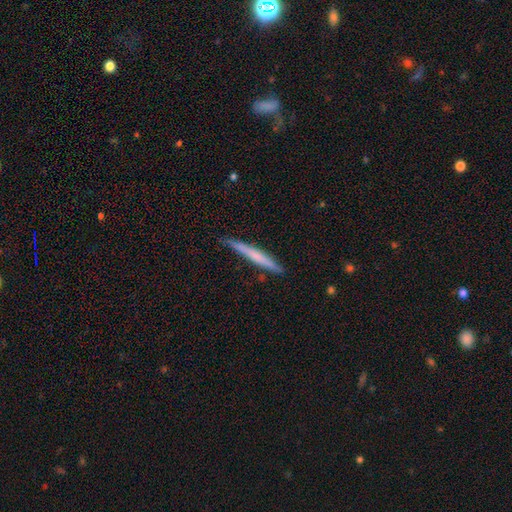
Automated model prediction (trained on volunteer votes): smooth 55%, featured or disk 39%, star or artifact 6%. Down the decision tree: how rounded — cigar-shaped (96%); merging — none (82%).